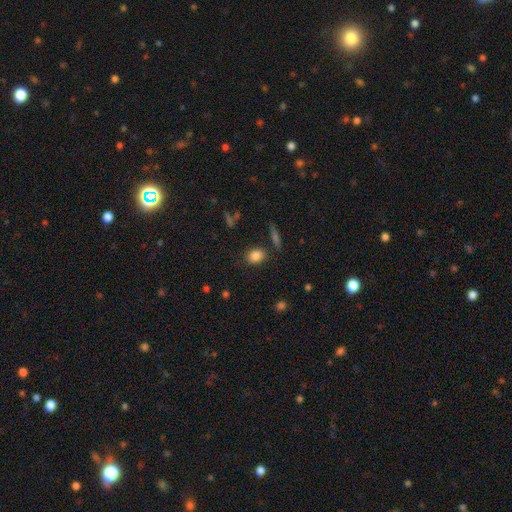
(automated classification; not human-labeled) smooth_or_featured: smooth (p=0.84) [alt: star or artifact p=0.10]
how_rounded: round (p=0.50) [alt: in between p=0.48]
merging: none (p=0.79) [alt: minor disturbance p=0.13]